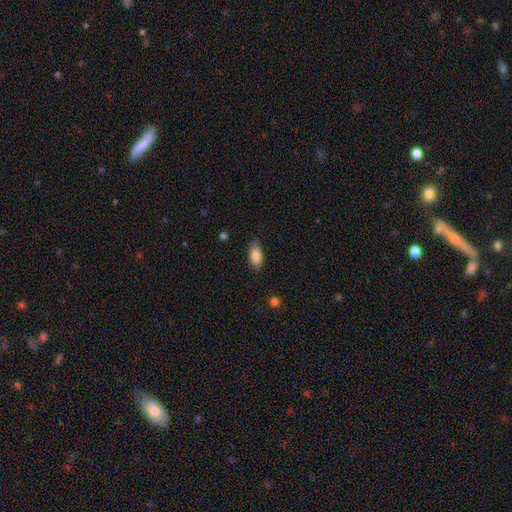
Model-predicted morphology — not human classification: smooth 86%, star or artifact 7%, featured or disk 7%. Down the decision tree: how rounded — in between (89%); merging — none (80%).